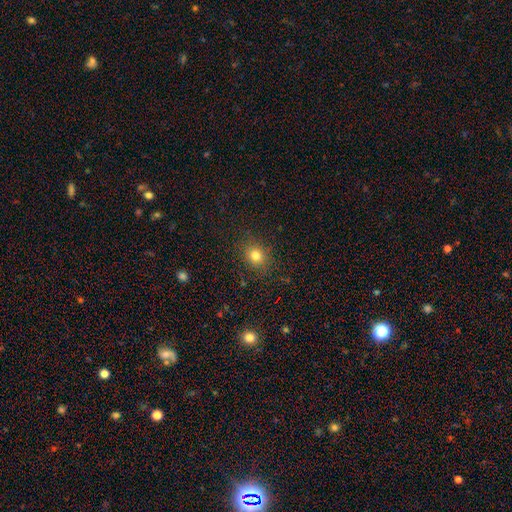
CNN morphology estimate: A smooth galaxy with no disk features (79%) that is round (65%).

Vote fractions:
- Smooth or featured? smooth: 79% / star or artifact: 14% / featured or disk: 7%
- How rounded? round: 65% / in between: 34% / cigar-shaped: 1%
- Merging? none: 87% / minor disturbance: 9% / major disturbance: 3% / merger: 1%